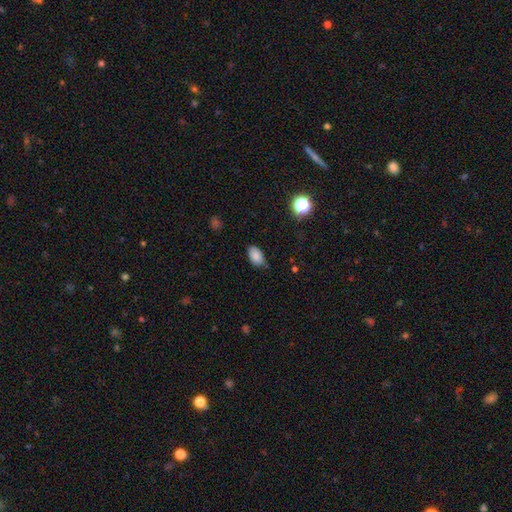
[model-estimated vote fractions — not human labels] Smooth or featured?
  - smooth: 86% *
  - star or artifact: 10%
  - featured or disk: 5%
How rounded?
  - in between: 91% *
  - round: 7%
  - cigar-shaped: 1%
Merging?
  - none: 77% *
  - minor disturbance: 18%
  - major disturbance: 3%
  - merger: 1%